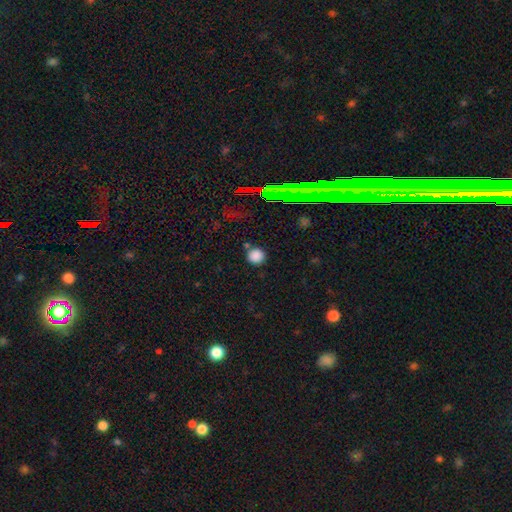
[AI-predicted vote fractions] Smooth or featured? smooth (81%)
How rounded? round (92%)
Merging? none (83%)